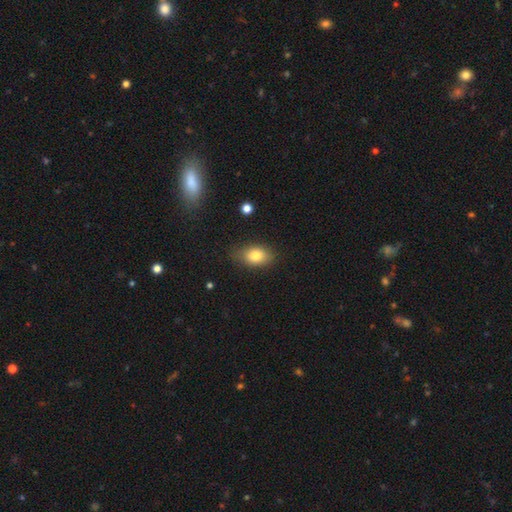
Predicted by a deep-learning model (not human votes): smooth 80%, featured or disk 11%, star or artifact 9%. Down the decision tree: how rounded — in between (81%); merging — none (79%).